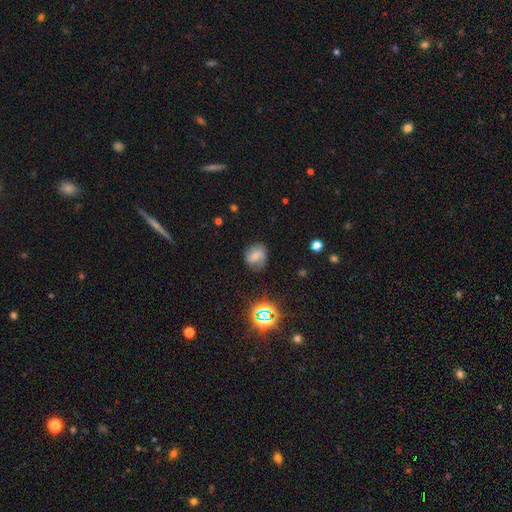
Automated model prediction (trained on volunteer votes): A featured or disk galaxy (46%).

Vote fractions:
- Smooth or featured? featured or disk: 46% / smooth: 39% / star or artifact: 15%
- Merging? none: 69% / minor disturbance: 21% / major disturbance: 9% / merger: 2%